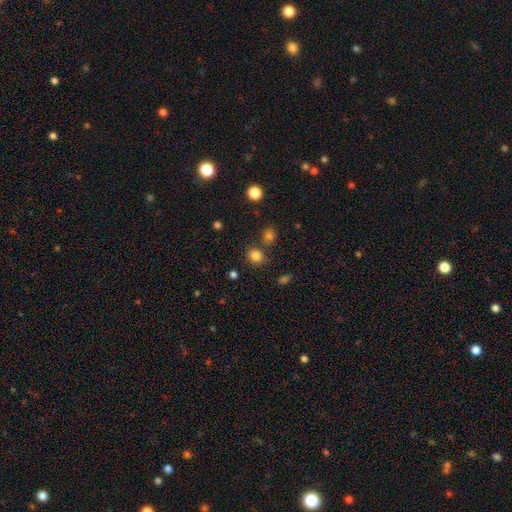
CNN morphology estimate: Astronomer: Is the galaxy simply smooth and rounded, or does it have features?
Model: smooth — 82%.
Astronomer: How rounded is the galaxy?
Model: round — 71%.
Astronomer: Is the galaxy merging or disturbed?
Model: none — 77%.